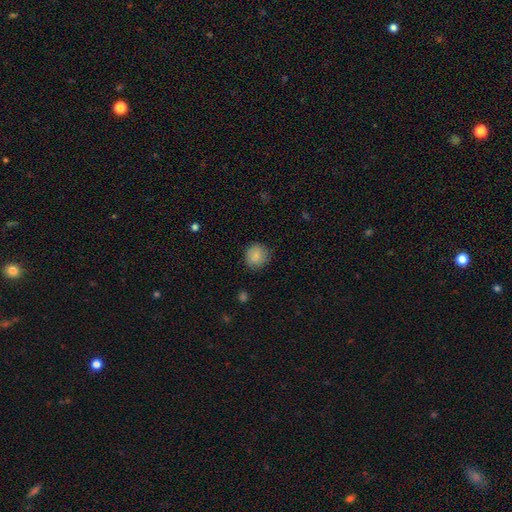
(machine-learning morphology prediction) The model was most divided on "merging": none: 85%, minor disturbance: 11%, major disturbance: 3%, merger: 1%. More confident: how rounded — round (88%); smooth or featured — smooth (86%).